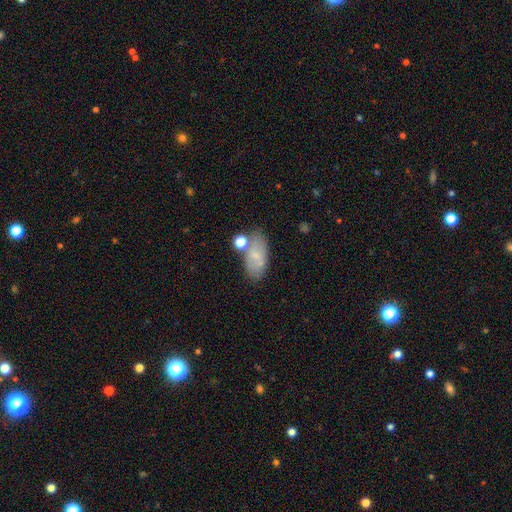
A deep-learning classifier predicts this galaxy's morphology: A smooth galaxy with no disk features (67%) that is in between round and cigar-shaped (90%). Merging: none (57%).